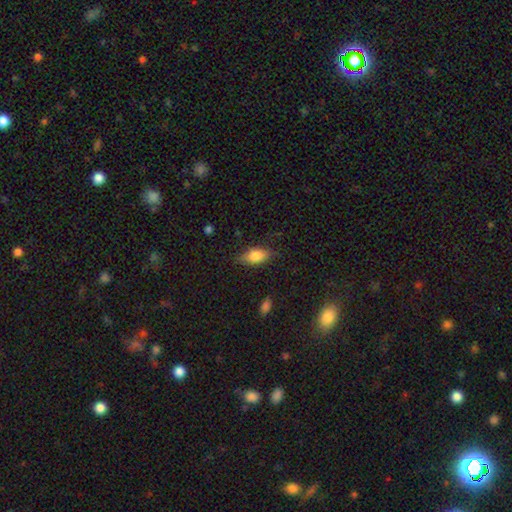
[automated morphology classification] The model was most divided on "merging": none: 77%, minor disturbance: 17%, major disturbance: 4%, merger: 1%. More confident: how rounded — in between (85%); smooth or featured — smooth (80%).